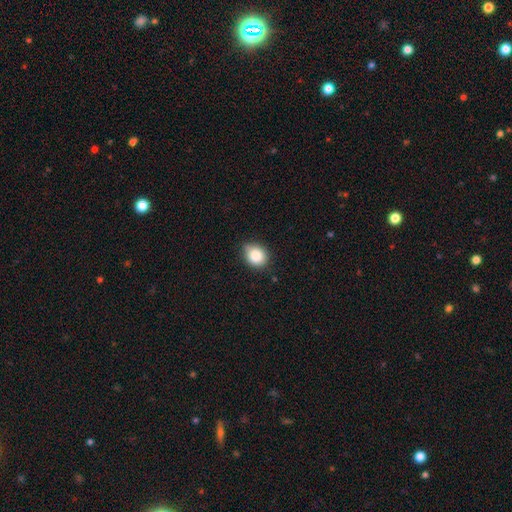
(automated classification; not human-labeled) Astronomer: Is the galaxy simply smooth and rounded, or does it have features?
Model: smooth — 84%.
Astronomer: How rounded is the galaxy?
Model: round — 60% (runner-up: in between, 39%).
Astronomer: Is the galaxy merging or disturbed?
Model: none — 72%.